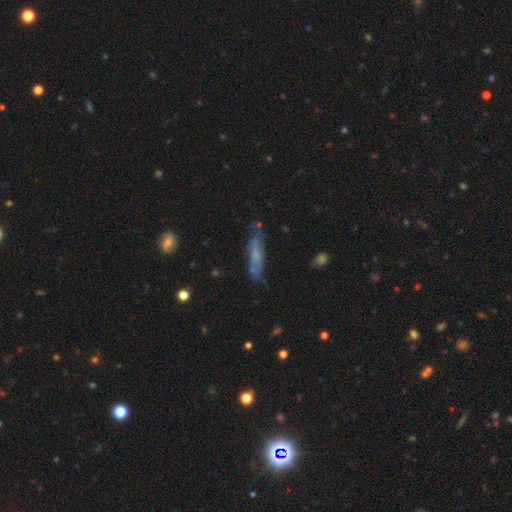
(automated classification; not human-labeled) This appears to be a smooth galaxy with no disk features (48%). Merging: none (69%).